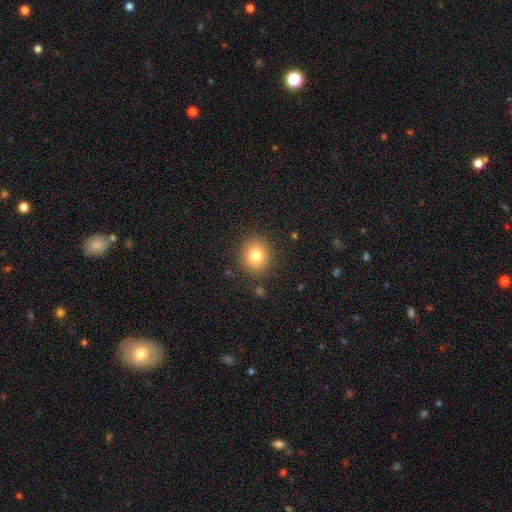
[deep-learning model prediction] Smooth or featured?
  - smooth: 80% *
  - star or artifact: 11%
  - featured or disk: 9%
How rounded?
  - round: 83% *
  - in between: 17%
  - cigar-shaped: 1%
Merging?
  - none: 87% *
  - minor disturbance: 8%
  - major disturbance: 3%
  - merger: 2%